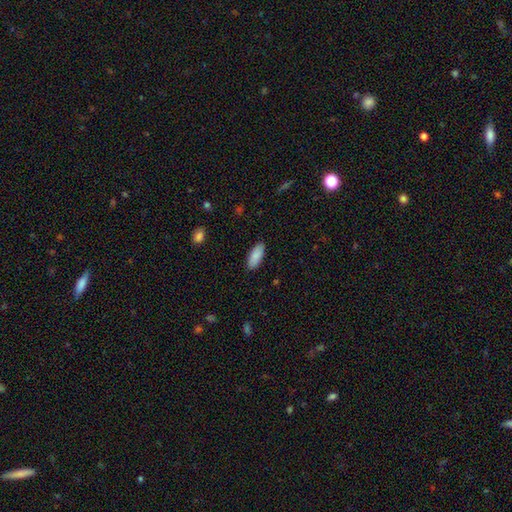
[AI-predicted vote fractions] smooth 88%, star or artifact 6%, featured or disk 6%. Down the decision tree: how rounded — in between (81%); merging — none (88%).